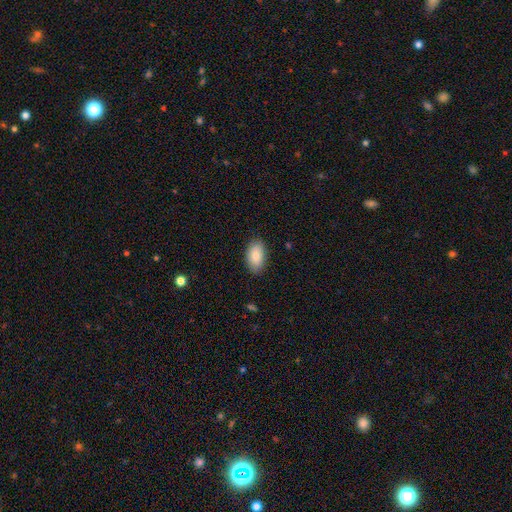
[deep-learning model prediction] smooth 87%, featured or disk 7%, star or artifact 6%. Down the decision tree: how rounded — in between (94%); merging — none (87%).